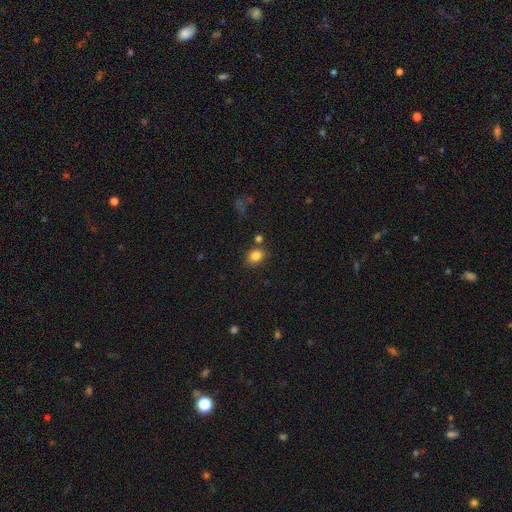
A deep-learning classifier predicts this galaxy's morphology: A smooth galaxy with no disk features (83%) that is round (56%).

Vote fractions:
- Smooth or featured? smooth: 83% / star or artifact: 11% / featured or disk: 6%
- How rounded? round: 56% / in between: 43% / cigar-shaped: 1%
- Merging? none: 76% / minor disturbance: 12% / merger: 8% / major disturbance: 3%